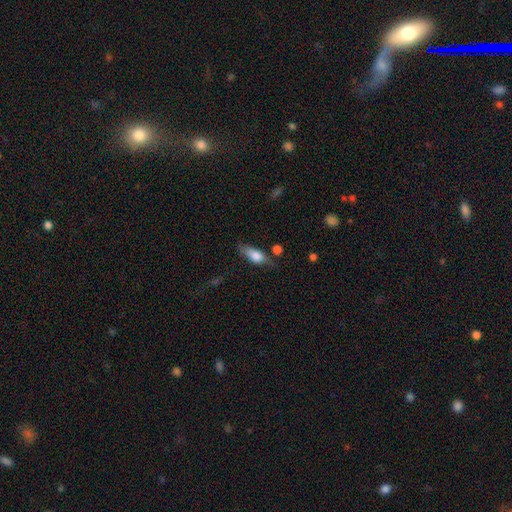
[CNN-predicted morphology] This appears to be a smooth galaxy with no disk features (74%) that is in between round and cigar-shaped (73%). Merging: none (54%).